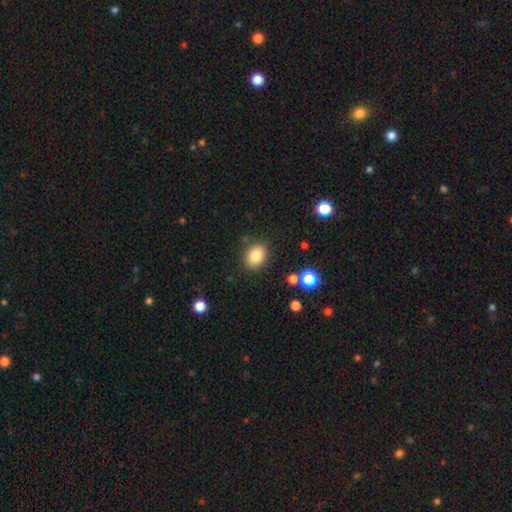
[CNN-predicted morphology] smooth_or_featured: smooth (p=0.84) [alt: star or artifact p=0.10]
how_rounded: in between (p=0.57) [alt: round p=0.42]
merging: none (p=0.85) [alt: minor disturbance p=0.10]